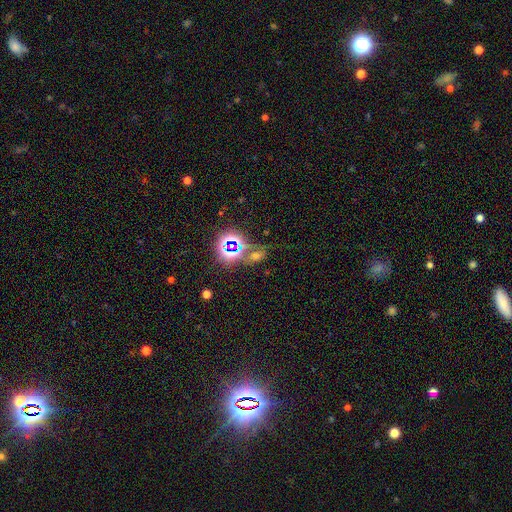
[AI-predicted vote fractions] smooth-or-featured: star or artifact: 51% | smooth: 36% | featured or disk: 12%